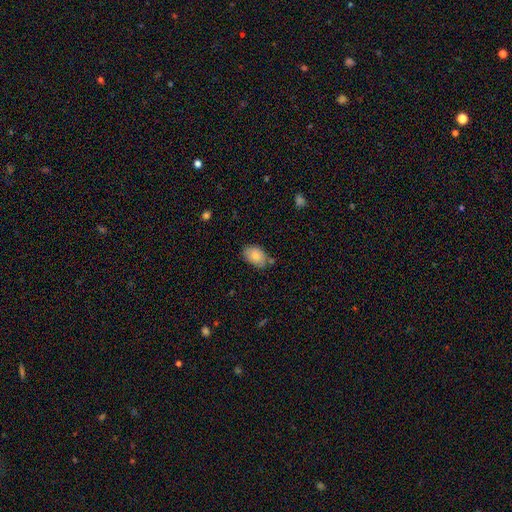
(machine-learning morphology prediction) smooth-or-featured: smooth: 77% | featured or disk: 16% | star or artifact: 7%
  how-rounded: in between: 86% | round: 13% | cigar-shaped: 1%
  merging: none: 69% | minor disturbance: 22% | merger: 5% | major disturbance: 4%